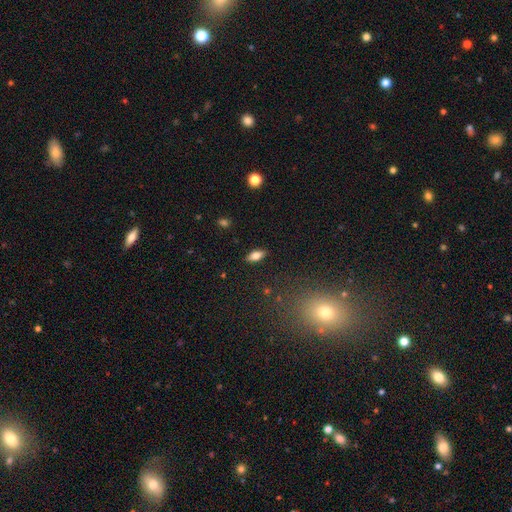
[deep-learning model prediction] smooth-or-featured: smooth: 70% | featured or disk: 22% | star or artifact: 9%
  how-rounded: in between: 83% | cigar-shaped: 13% | round: 3%
  merging: none: 88% | minor disturbance: 9% | major disturbance: 2% | merger: 1%